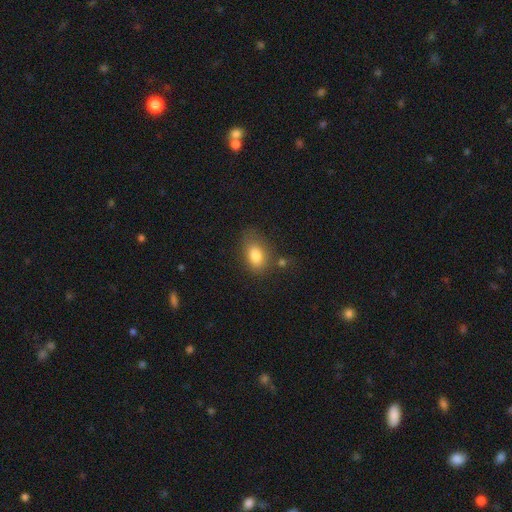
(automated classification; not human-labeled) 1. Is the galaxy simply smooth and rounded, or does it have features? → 81% smooth, 11% featured or disk, 9% star or artifact.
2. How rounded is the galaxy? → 86% in between, 12% round, 2% cigar-shaped.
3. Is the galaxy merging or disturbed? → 65% none, 21% minor disturbance, 7% major disturbance, 7% merger.